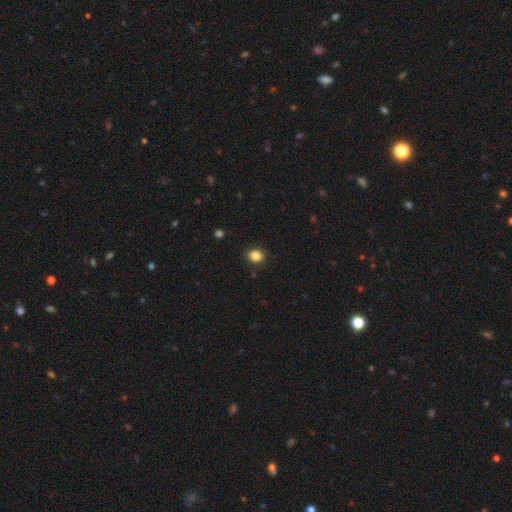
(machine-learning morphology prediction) smooth-or-featured: smooth: 85% | star or artifact: 11% | featured or disk: 4%
  how-rounded: round: 58% | in between: 42% | cigar-shaped: 1%
  merging: none: 90% | minor disturbance: 7% | major disturbance: 2% | merger: 1%